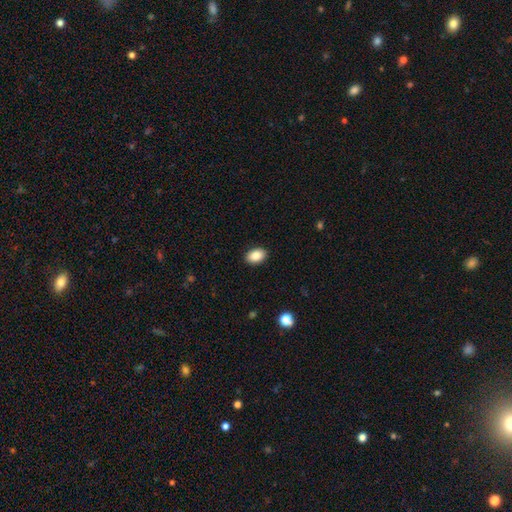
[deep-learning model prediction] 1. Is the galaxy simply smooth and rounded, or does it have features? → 86% smooth, 8% star or artifact, 6% featured or disk.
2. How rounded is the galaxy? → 86% in between, 13% round, 1% cigar-shaped.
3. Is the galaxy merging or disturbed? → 90% none, 7% minor disturbance, 2% major disturbance, 1% merger.